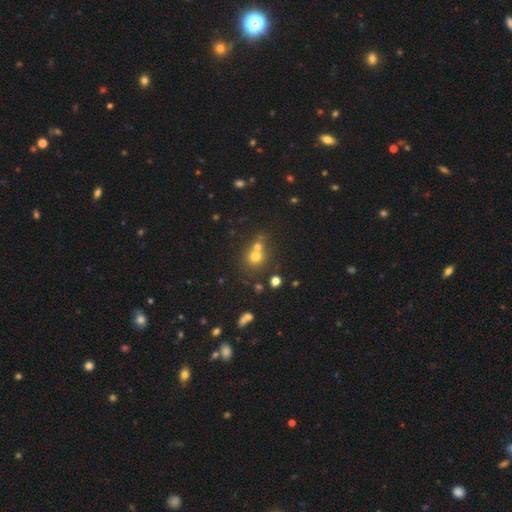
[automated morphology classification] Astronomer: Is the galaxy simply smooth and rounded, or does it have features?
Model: smooth — 64%.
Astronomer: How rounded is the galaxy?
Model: round — 83%.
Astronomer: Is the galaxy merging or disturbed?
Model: none — 46% (runner-up: merger, 43%).